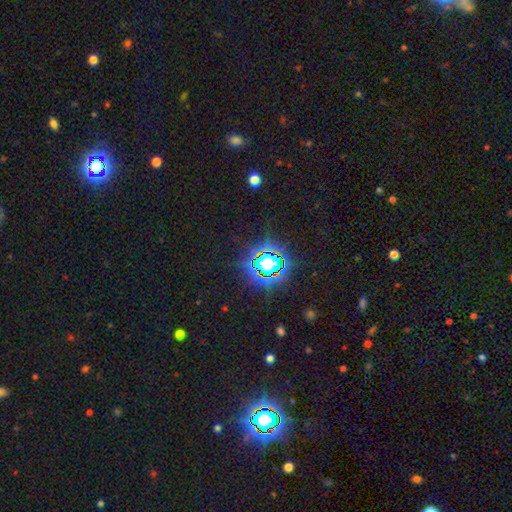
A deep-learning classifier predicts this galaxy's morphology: Smooth or featured? star or artifact (78%)